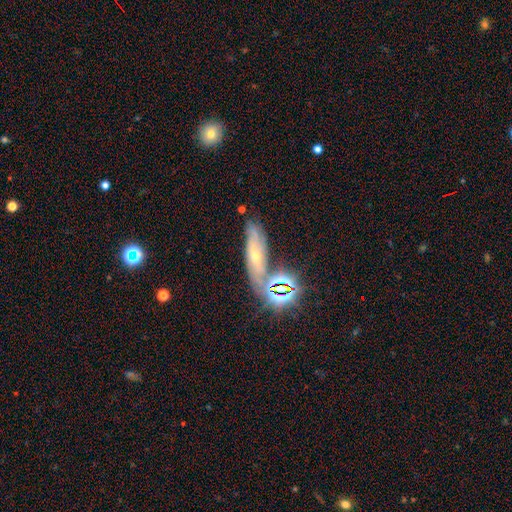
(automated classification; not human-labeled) A featured or disk galaxy (49%).

Vote fractions:
- Smooth or featured? featured or disk: 49% / star or artifact: 27% / smooth: 24%
- Merging? none: 62% / minor disturbance: 18% / merger: 13% / major disturbance: 7%